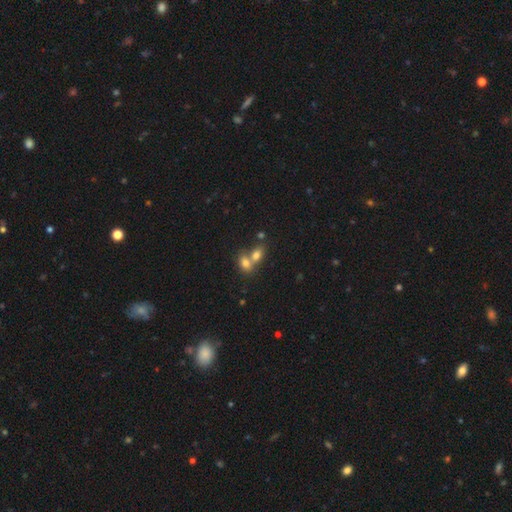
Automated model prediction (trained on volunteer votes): A smooth galaxy with no disk features (68%) that is in between round and cigar-shaped (53%).

Vote fractions:
- Smooth or featured? smooth: 68% / star or artifact: 17% / featured or disk: 15%
- How rounded? in between: 53% / round: 45% / cigar-shaped: 3%
- Merging? merger: 64% / none: 27% / minor disturbance: 6% / major disturbance: 3%